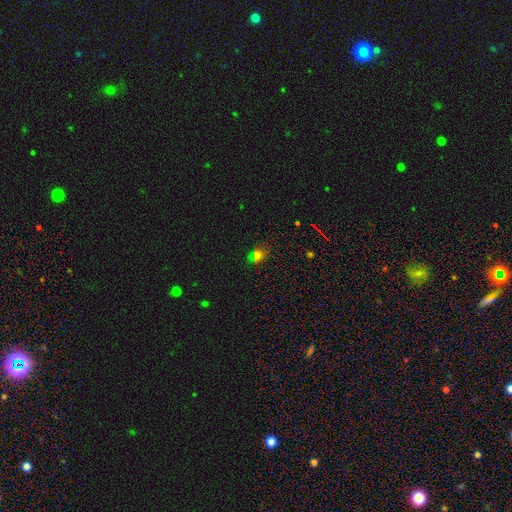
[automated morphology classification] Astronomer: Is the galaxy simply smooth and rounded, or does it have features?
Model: smooth — 53% (runner-up: star or artifact, 39%).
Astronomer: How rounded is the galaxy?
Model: round — 53% (runner-up: in between, 44%).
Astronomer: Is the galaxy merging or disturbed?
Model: none — 76%.